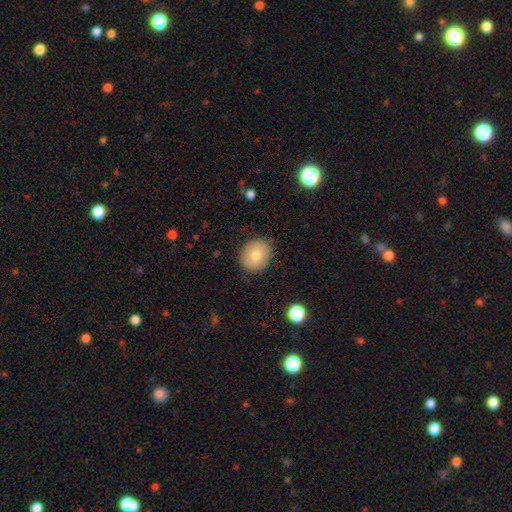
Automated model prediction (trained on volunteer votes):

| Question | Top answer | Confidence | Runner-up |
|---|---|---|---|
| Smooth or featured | smooth | 74% | featured or disk (18%) |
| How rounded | round | 72% | in between (27%) |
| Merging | none | 87% | minor disturbance (10%) |